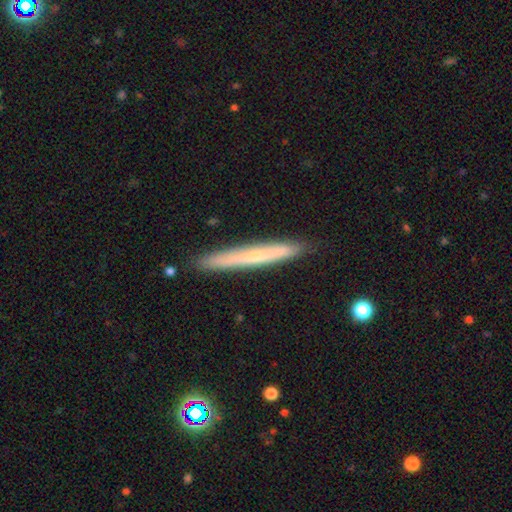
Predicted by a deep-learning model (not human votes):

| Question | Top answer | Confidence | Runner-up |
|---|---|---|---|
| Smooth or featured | smooth | 48% | featured or disk (45%) |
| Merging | none | 89% | minor disturbance (8%) |